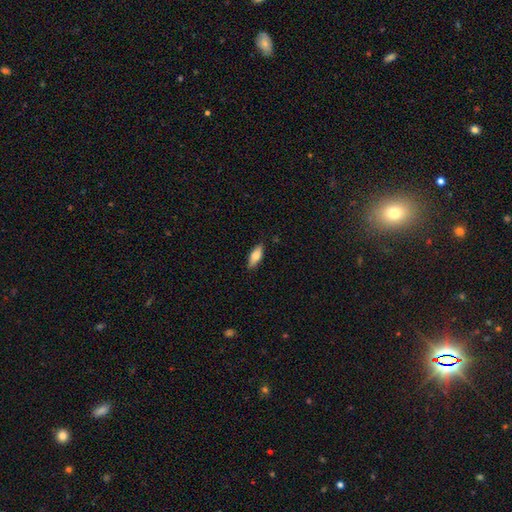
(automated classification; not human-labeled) Morphology: type=smooth (74%); roundness=in between (69%); merging=none (86%).